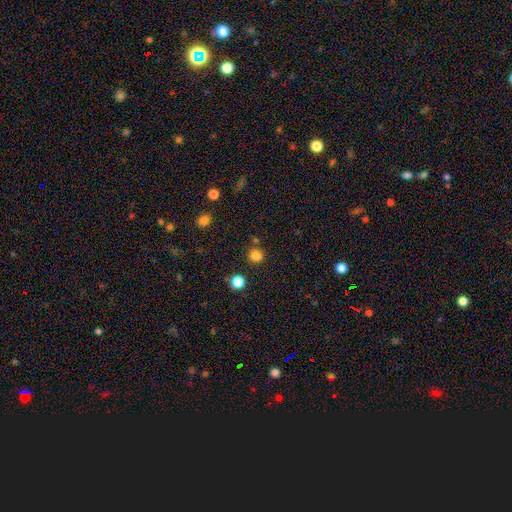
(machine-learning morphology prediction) This is likely a smooth galaxy (76%). How rounded: likely round (72%). Merging: likely none (69%).